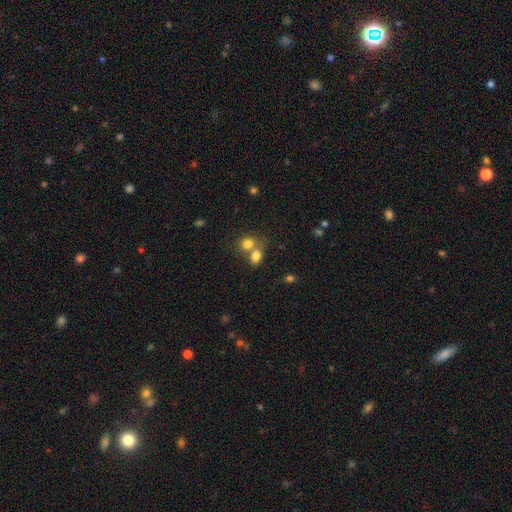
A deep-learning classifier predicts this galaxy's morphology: Smooth or featured? Predicted: smooth (p=0.79). How rounded? Predicted: in between (p=0.53). Merging? Predicted: merger (p=0.53).